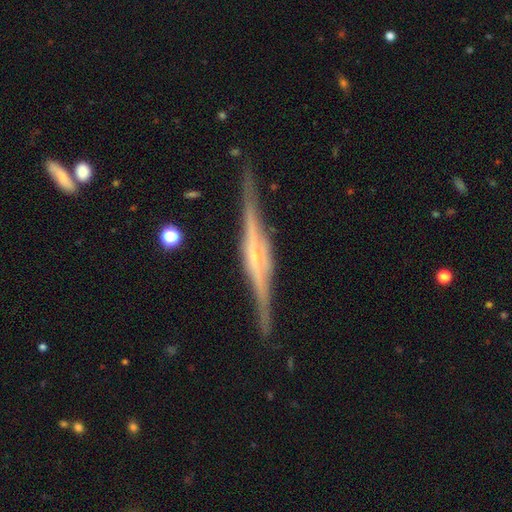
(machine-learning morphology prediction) A featured or disk galaxy (88%) viewed edge-on (98%) with a rounded central bulge (53%).

Vote fractions:
- Smooth or featured? featured or disk: 88% / smooth: 6% / star or artifact: 5%
- Edge-on disk? yes: 98% / no: 2%
- Edge-on bulge? rounded: 53% / boxy: 38% / none: 9%
- Merging? none: 88% / minor disturbance: 9% / major disturbance: 2% / merger: 1%